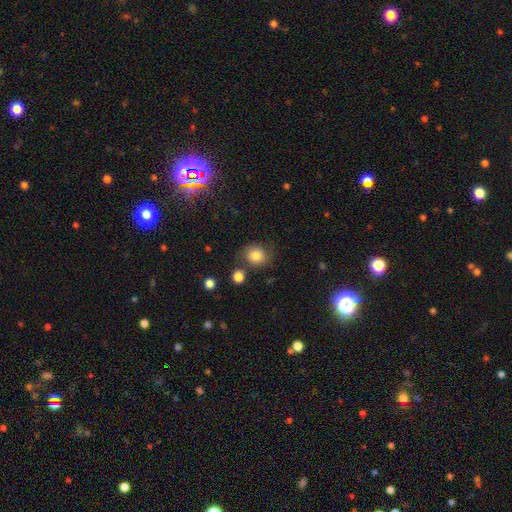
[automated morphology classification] A smooth galaxy with no disk features (81%) that is round (80%).

Vote fractions:
- Smooth or featured? smooth: 81% / star or artifact: 11% / featured or disk: 8%
- How rounded? round: 80% / in between: 19% / cigar-shaped: 1%
- Merging? none: 75% / minor disturbance: 14% / merger: 6% / major disturbance: 5%